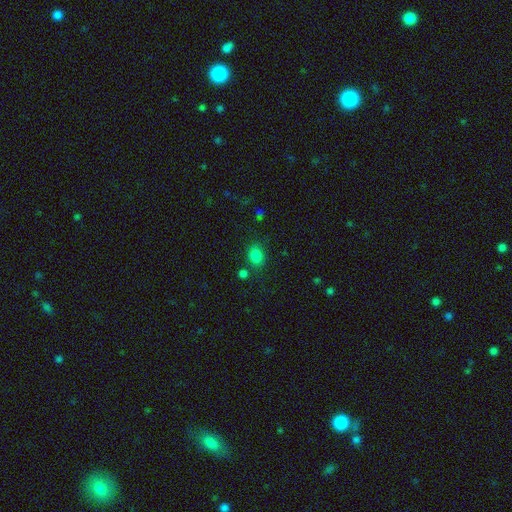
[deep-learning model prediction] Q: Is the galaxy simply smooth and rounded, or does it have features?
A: smooth — 82%.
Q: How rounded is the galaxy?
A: in between — 52%.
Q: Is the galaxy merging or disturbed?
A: none — 74%.